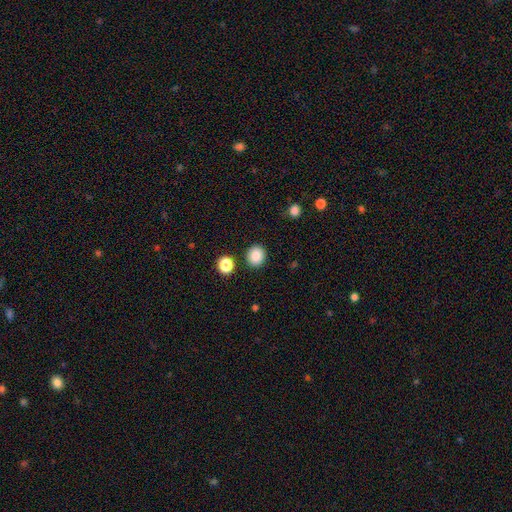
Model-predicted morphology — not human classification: This is clearly a smooth galaxy (85%). How rounded: clearly round (85%). Merging: clearly none (89%).